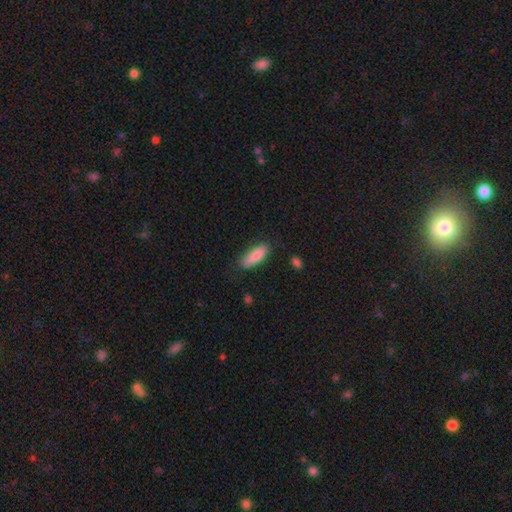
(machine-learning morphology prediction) smooth 85%, featured or disk 9%, star or artifact 6%. Down the decision tree: how rounded — in between (55%); merging — none (81%).